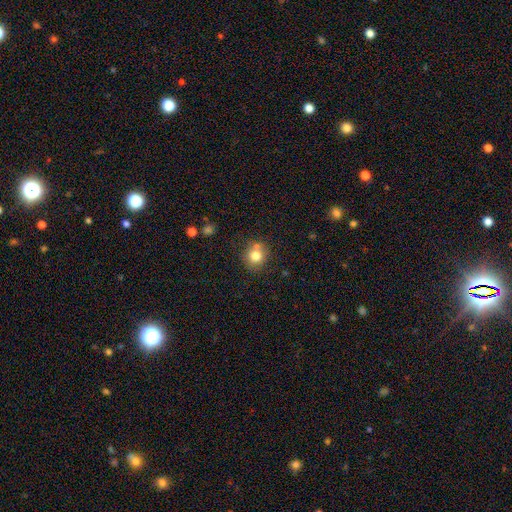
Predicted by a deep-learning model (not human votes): The model was most divided on "merging": none: 67%, merger: 15%, minor disturbance: 14%, major disturbance: 4%. More confident: how rounded — round (84%); smooth or featured — smooth (78%).